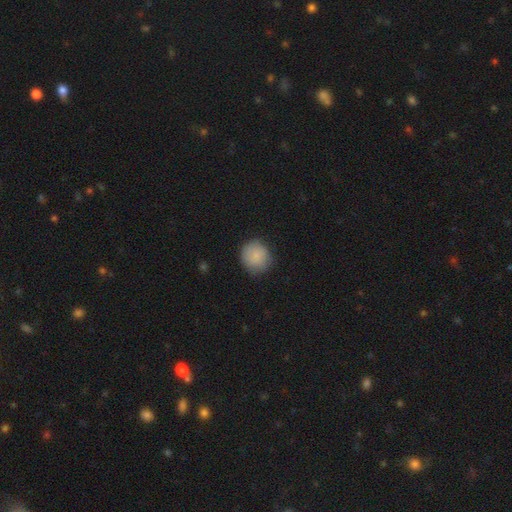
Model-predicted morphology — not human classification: Smooth or featured: smooth — 85% (featured or disk — 8%)
How rounded: round — 87% (in between — 12%)
Merging: none — 79% (minor disturbance — 16%)